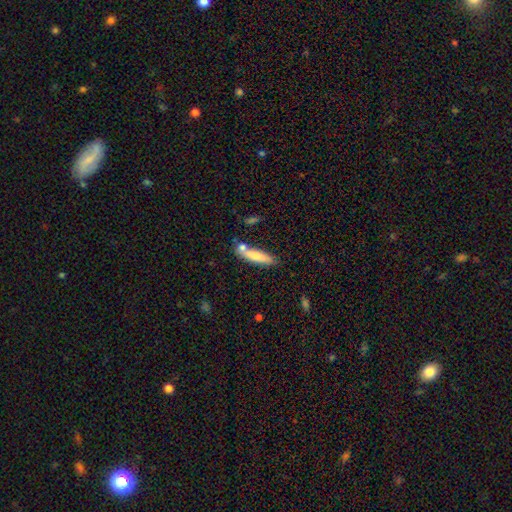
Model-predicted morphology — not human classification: Q: Smooth or featured?
A: smooth (74%); runner-up: featured or disk (20%)
Q: How rounded?
A: cigar-shaped (77%); runner-up: in between (21%)
Q: Merging?
A: none (65%); runner-up: merger (16%)